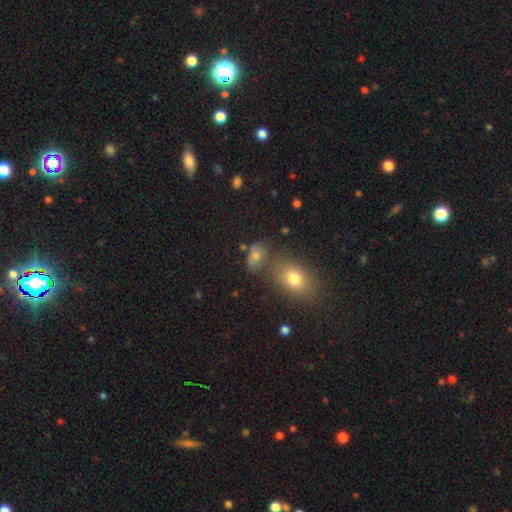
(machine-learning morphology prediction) smooth_or_featured: smooth (p=0.66) [alt: star or artifact p=0.17]
how_rounded: in between (p=0.71) [alt: round p=0.27]
merging: none (p=0.50) [alt: merger p=0.21]